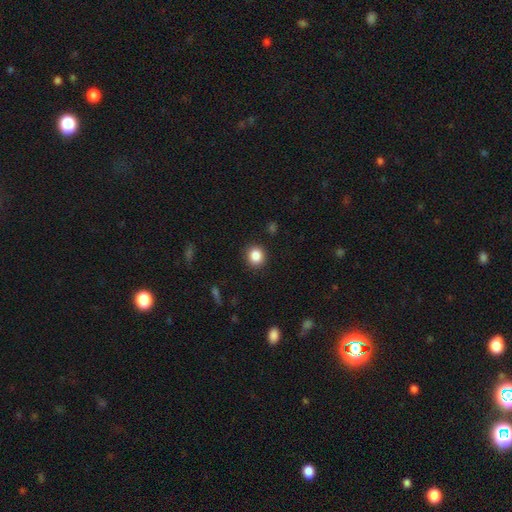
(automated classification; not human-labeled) The model was most divided on "how rounded": round: 83%, in between: 16%, cigar-shaped: 1%. More confident: merging — none (90%); smooth or featured — smooth (86%).